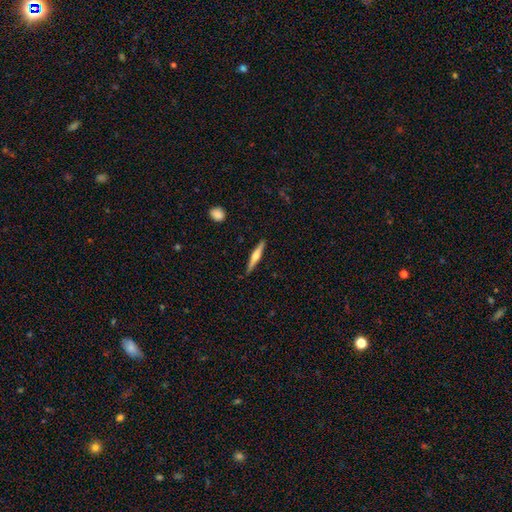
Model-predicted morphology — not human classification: Smooth or featured? Predicted: featured or disk (p=0.61). Edge-on disk? Predicted: yes (p=0.98). Edge-on bulge? Predicted: rounded (p=0.87). Merging? Predicted: none (p=0.89).